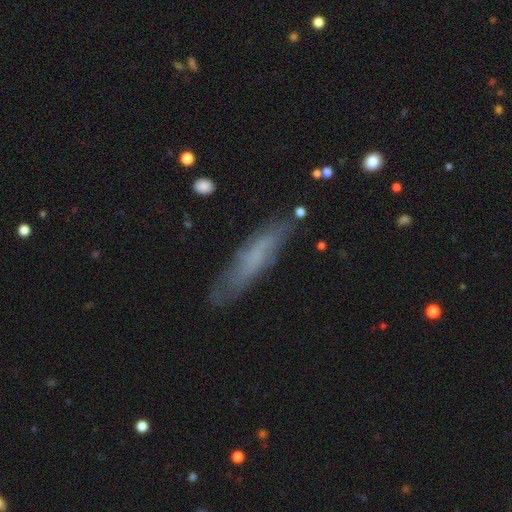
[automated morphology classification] A smooth galaxy with no disk features (55%) that is cigar-shaped (77%). Merging: none (72%).